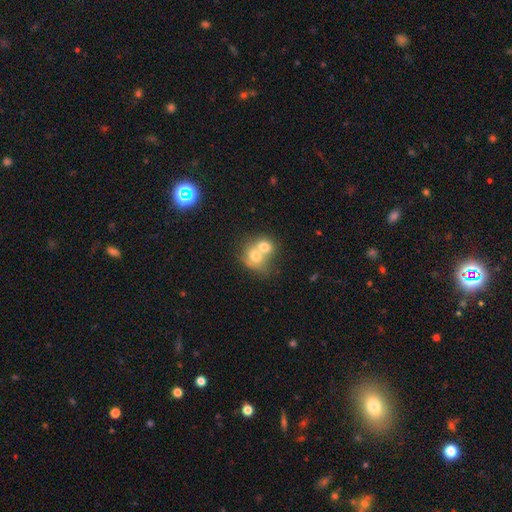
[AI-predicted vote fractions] Morphology: type=smooth (67%); roundness=round (61%); merging=merger (74%).